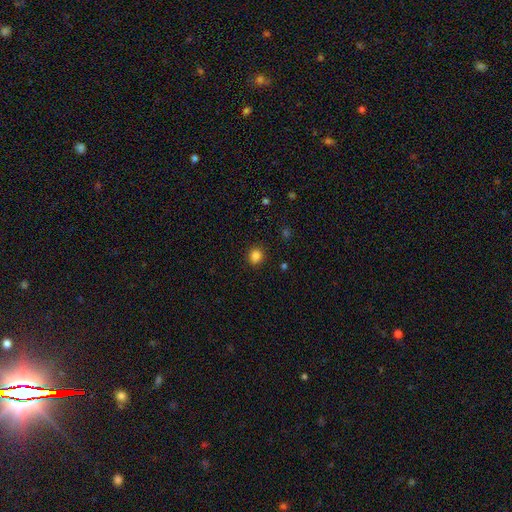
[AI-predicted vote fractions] Smooth or featured: smooth — 84% (star or artifact — 12%)
How rounded: round — 76% (in between — 23%)
Merging: none — 88% (minor disturbance — 8%)